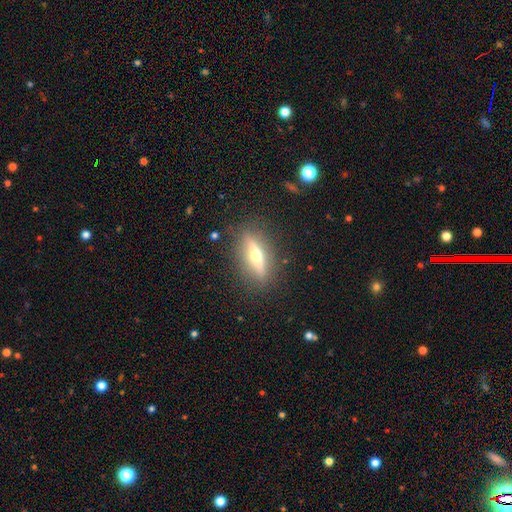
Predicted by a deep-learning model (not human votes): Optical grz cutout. It shows a featured or disk galaxy (66%) viewed edge-on (89%) with a rounded central bulge (93%). Merging: none (86%).